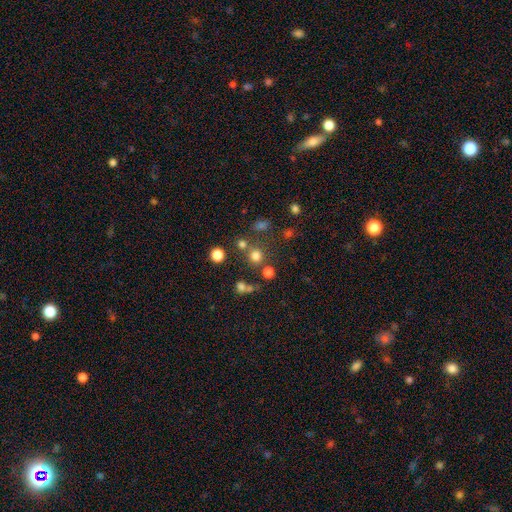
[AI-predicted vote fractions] smooth 73%, star or artifact 20%, featured or disk 8%. Down the decision tree: how rounded — round (91%); merging — none (73%).